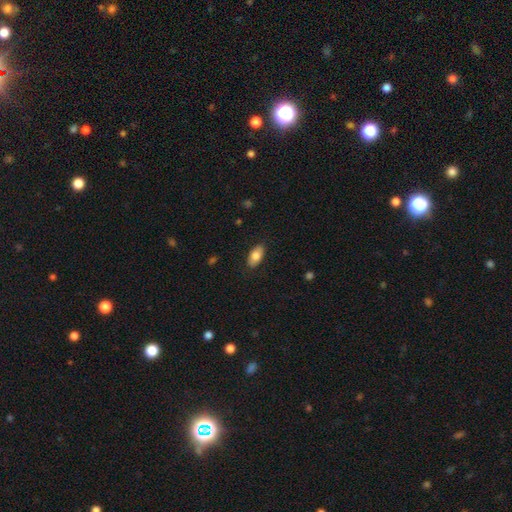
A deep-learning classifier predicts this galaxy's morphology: smooth 81%, featured or disk 13%, star or artifact 7%. Down the decision tree: how rounded — in between (93%); merging — none (86%).